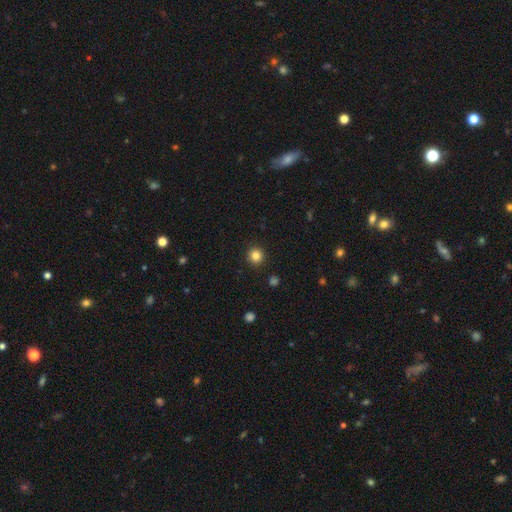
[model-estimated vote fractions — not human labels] A smooth galaxy with no disk features (84%) that is round (94%).

Vote fractions:
- Smooth or featured? smooth: 84% / star or artifact: 12% / featured or disk: 5%
- How rounded? round: 94% / in between: 5% / cigar-shaped: 1%
- Merging? none: 92% / minor disturbance: 5% / major disturbance: 2% / merger: 1%